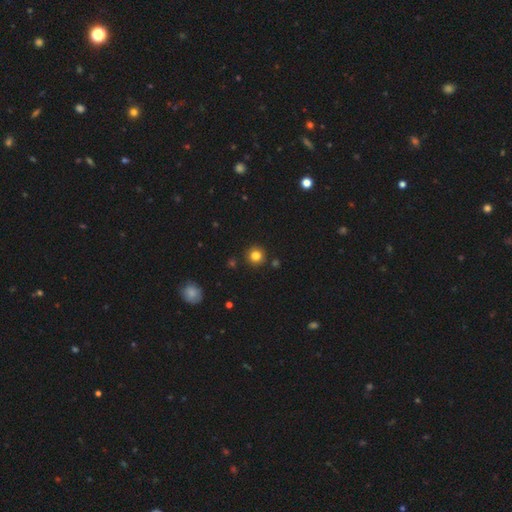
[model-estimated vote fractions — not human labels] Q: Smooth or featured?
A: smooth (82%); runner-up: star or artifact (13%)
Q: How rounded?
A: round (94%); runner-up: in between (5%)
Q: Merging?
A: none (89%); runner-up: minor disturbance (6%)